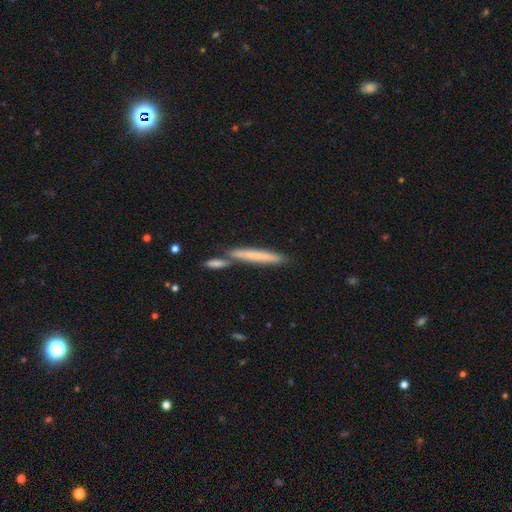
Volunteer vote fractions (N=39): Smooth or featured? smooth (77%)
How rounded? cigar-shaped (97%)
Merging? none (70%)